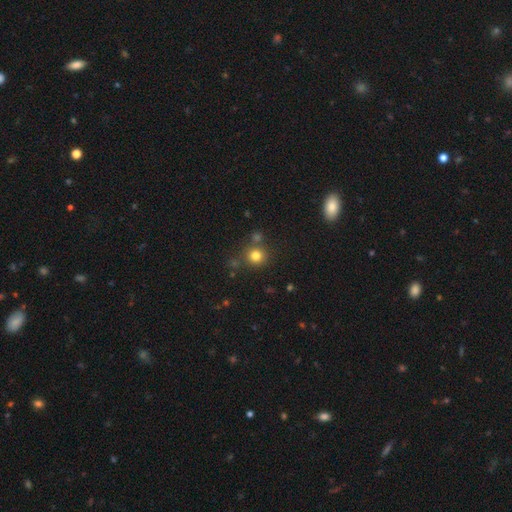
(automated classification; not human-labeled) This is likely a smooth galaxy (79%). How rounded: clearly round (91%). Merging: likely none (77%).